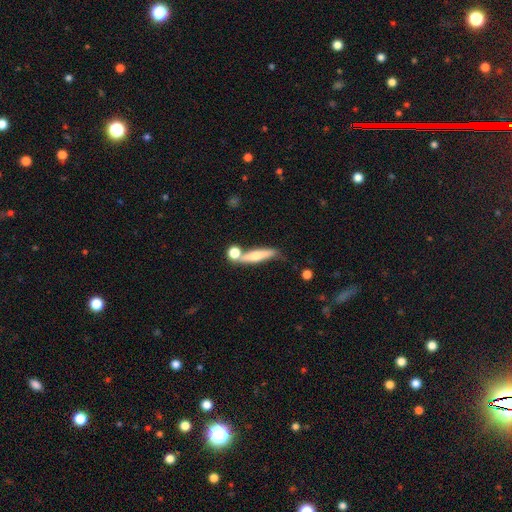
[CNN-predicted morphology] smooth 54%, featured or disk 38%, star or artifact 7%. Down the decision tree: how rounded — cigar-shaped (78%); merging — none (60%).